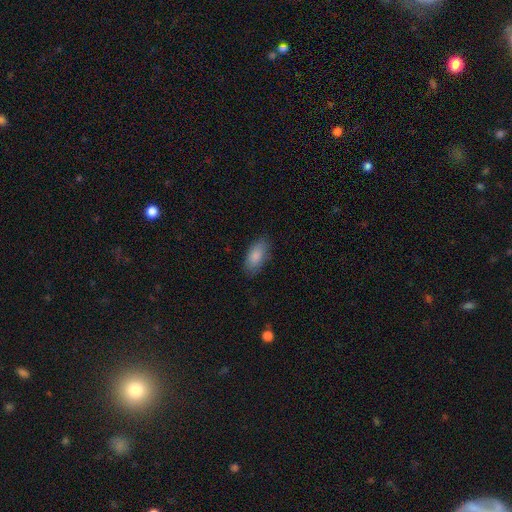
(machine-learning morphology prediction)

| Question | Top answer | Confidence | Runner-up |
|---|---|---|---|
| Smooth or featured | smooth | 86% | featured or disk (8%) |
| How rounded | in between | 91% | cigar-shaped (7%) |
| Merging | none | 81% | minor disturbance (14%) |